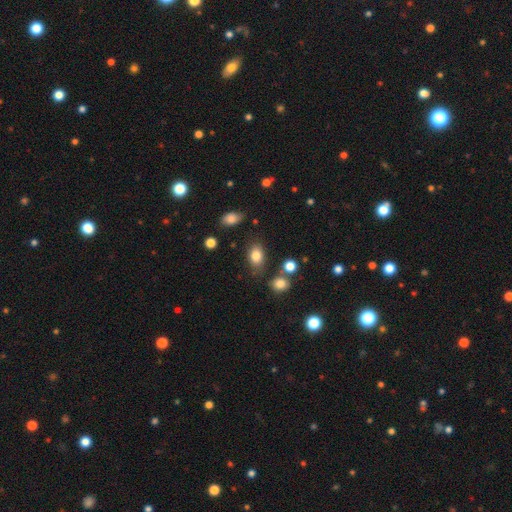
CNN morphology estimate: smooth_or_featured: smooth (p=0.82) [alt: star or artifact p=0.10]
how_rounded: in between (p=0.83) [alt: round p=0.16]
merging: none (p=0.75) [alt: minor disturbance p=0.15]